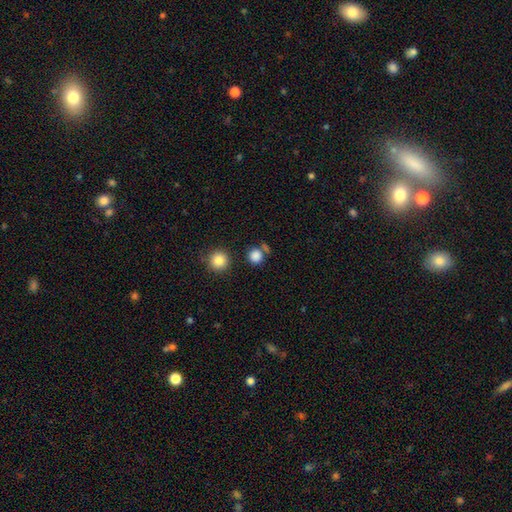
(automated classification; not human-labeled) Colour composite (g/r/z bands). It shows a smooth galaxy with no disk features (84%) that is round (91%). Merging: none (74%).